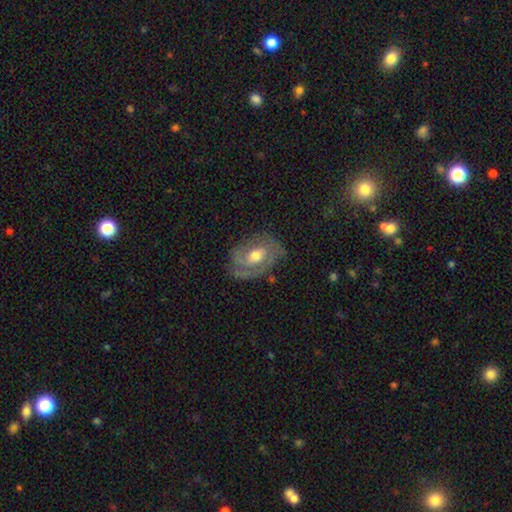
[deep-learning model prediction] A featured or disk galaxy (73%) with no bar (55%), 2 (49%) tight (50%) spiral arms (82%) and a moderate central bulge (72%). Merging: none (67%).